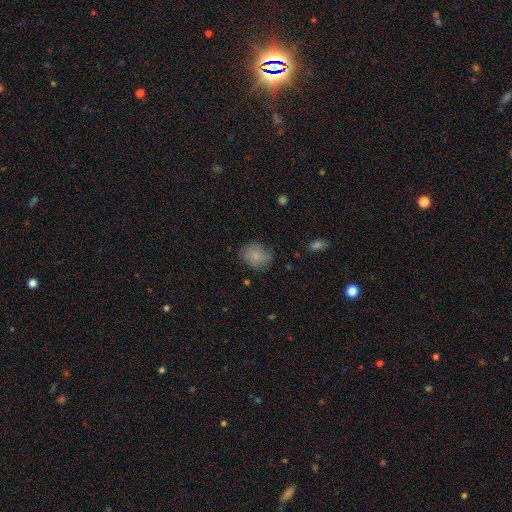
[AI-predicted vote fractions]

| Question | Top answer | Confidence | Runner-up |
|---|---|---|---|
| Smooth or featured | smooth | 80% | featured or disk (11%) |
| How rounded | round | 54% | in between (45%) |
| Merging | none | 72% | minor disturbance (21%) |